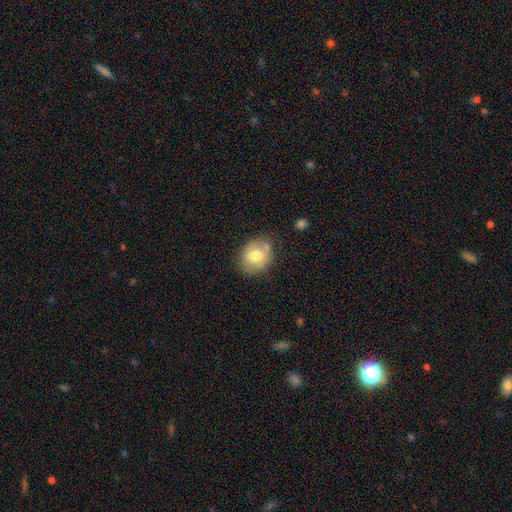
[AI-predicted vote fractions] Smooth or featured: smooth — 70% (featured or disk — 22%)
How rounded: round — 60% (in between — 40%)
Merging: none — 65% (minor disturbance — 21%)